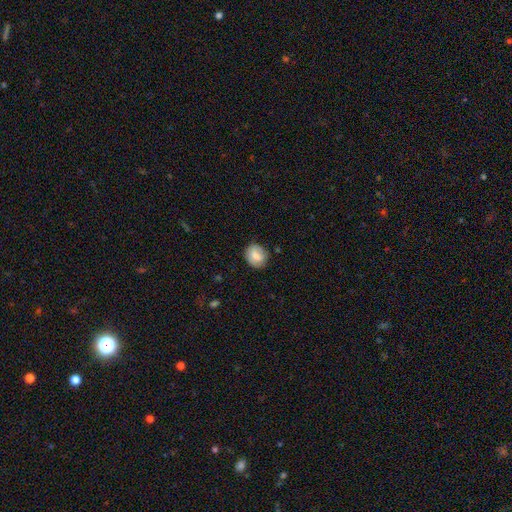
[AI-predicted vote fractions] smooth-or-featured: smooth: 72% | featured or disk: 20% | star or artifact: 8%
  how-rounded: round: 62% | in between: 37% | cigar-shaped: 1%
  merging: none: 78% | minor disturbance: 16% | major disturbance: 4% | merger: 2%